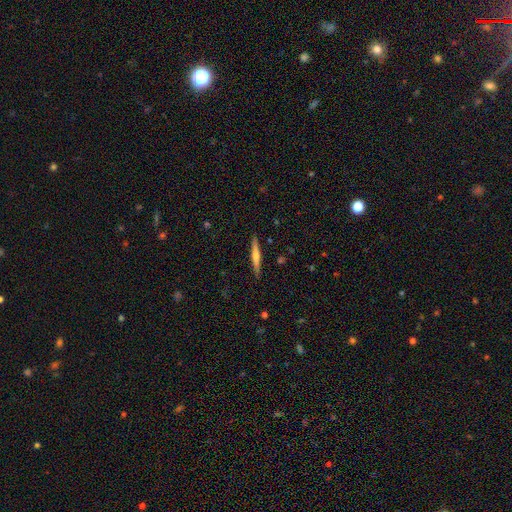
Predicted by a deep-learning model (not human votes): smooth_or_featured: featured or disk (p=0.57) [alt: smooth p=0.37]
disk_edge_on: yes (p=0.98) [alt: no p=0.02]
edge_on_bulge: rounded (p=0.74) [alt: none p=0.18]
merging: none (p=0.91) [alt: minor disturbance p=0.07]